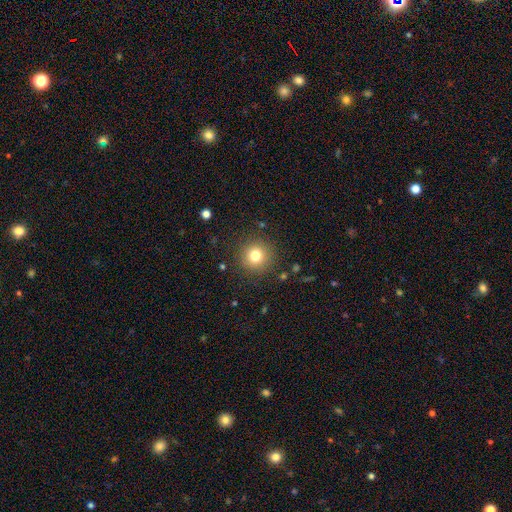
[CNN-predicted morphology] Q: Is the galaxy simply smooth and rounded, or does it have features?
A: smooth — 78%.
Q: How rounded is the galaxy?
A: round — 94%.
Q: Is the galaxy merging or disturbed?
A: none — 89%.